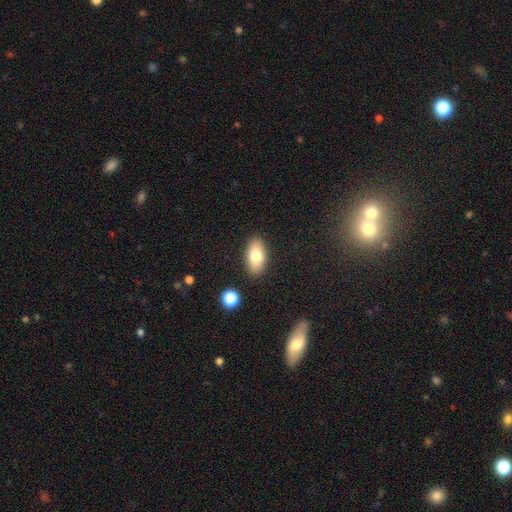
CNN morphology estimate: smooth-or-featured: smooth: 79% | featured or disk: 14% | star or artifact: 7%
  how-rounded: in between: 93% | round: 4% | cigar-shaped: 3%
  merging: none: 87% | minor disturbance: 9% | major disturbance: 2% | merger: 2%